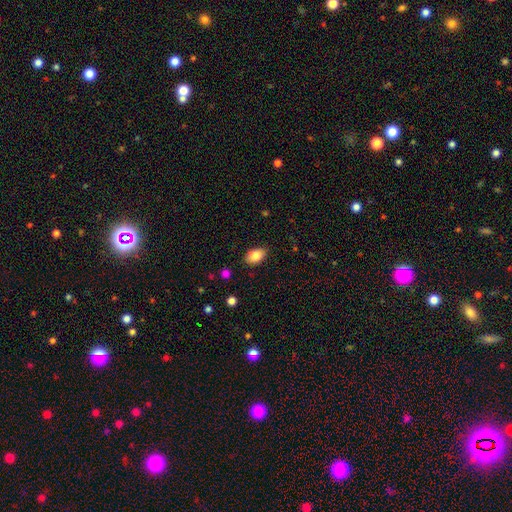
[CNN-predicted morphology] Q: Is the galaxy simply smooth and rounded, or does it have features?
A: smooth — 83%.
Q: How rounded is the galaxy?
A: in between — 89%.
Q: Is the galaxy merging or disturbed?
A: none — 84%.